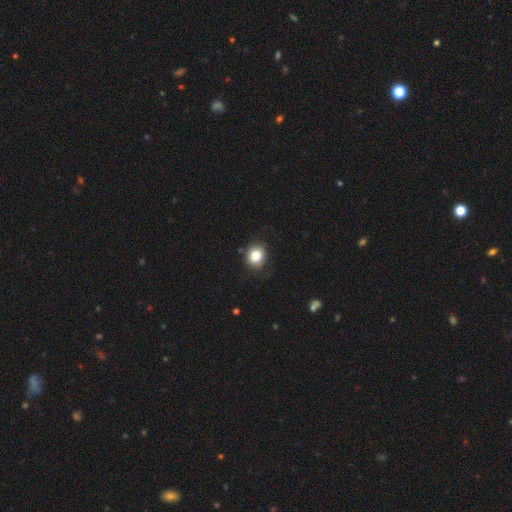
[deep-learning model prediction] Q: Smooth or featured?
A: smooth (81%); runner-up: star or artifact (11%)
Q: How rounded?
A: round (75%); runner-up: in between (24%)
Q: Merging?
A: none (81%); runner-up: minor disturbance (14%)